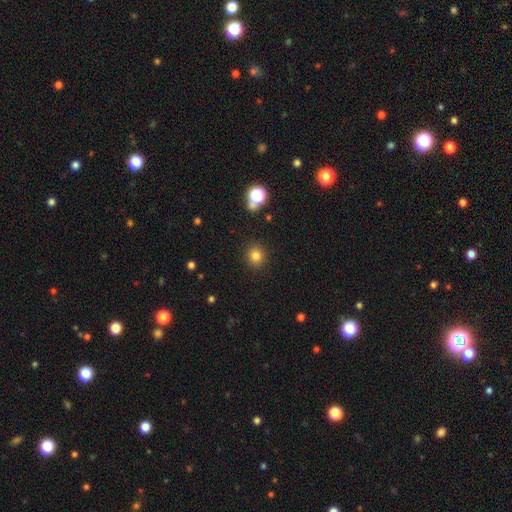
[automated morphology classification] Smooth or featured?
  - smooth: 80% *
  - star or artifact: 14%
  - featured or disk: 6%
How rounded?
  - round: 85% *
  - in between: 14%
  - cigar-shaped: 1%
Merging?
  - none: 89% *
  - minor disturbance: 7%
  - major disturbance: 2%
  - merger: 2%